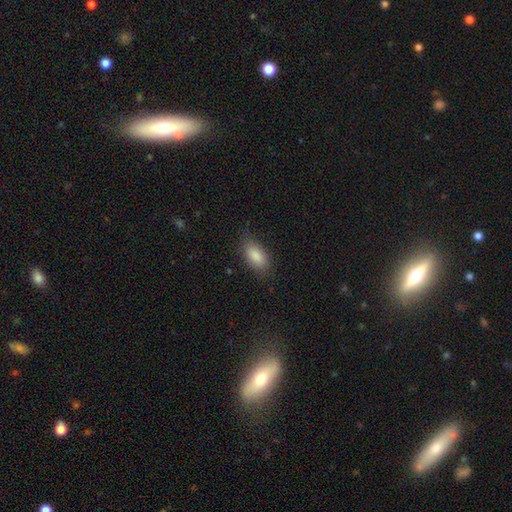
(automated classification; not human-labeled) The model was most divided on "merging": none: 79%, minor disturbance: 16%, major disturbance: 4%, merger: 1%. More confident: how rounded — in between (90%); smooth or featured — smooth (87%).